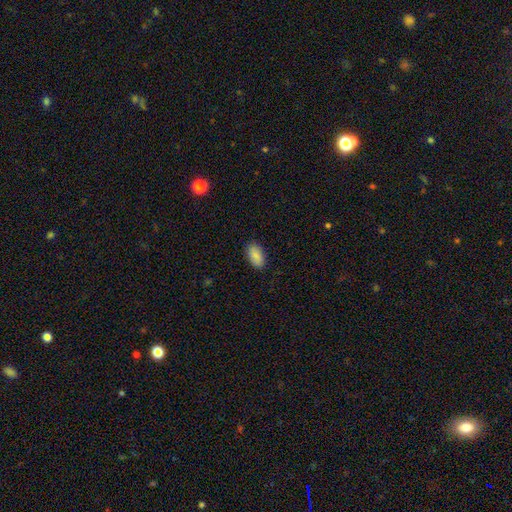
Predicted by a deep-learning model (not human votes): smooth_or_featured: smooth (p=0.88) [alt: star or artifact p=0.07]
how_rounded: in between (p=0.94) [alt: cigar-shaped p=0.03]
merging: none (p=0.87) [alt: minor disturbance p=0.10]